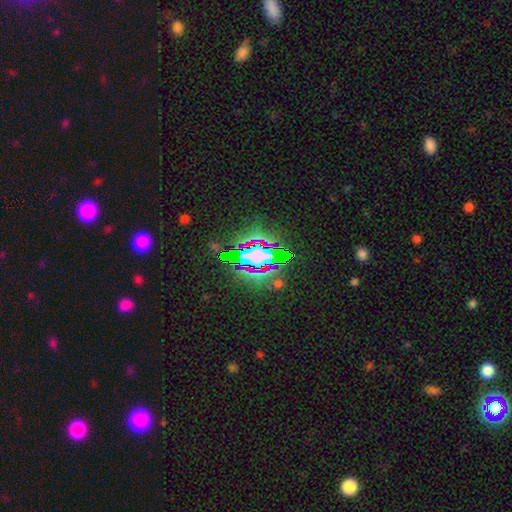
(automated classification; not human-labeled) Smooth or featured? Predicted: star or artifact (p=0.60).